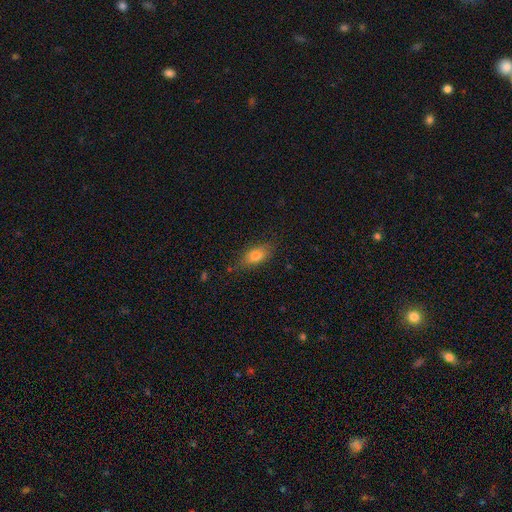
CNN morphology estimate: This is likely a smooth galaxy (74%). How rounded: likely in between (80%). Merging: likely none (76%).